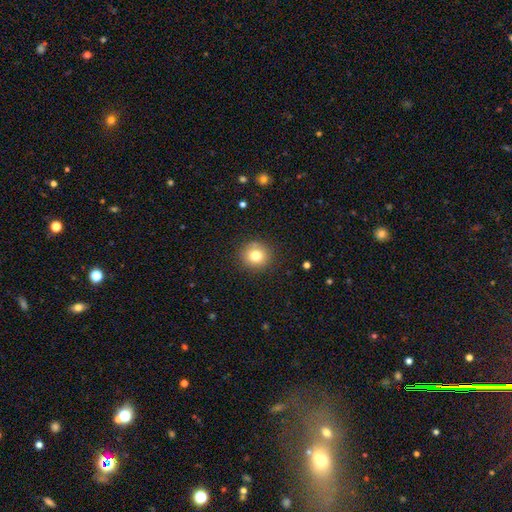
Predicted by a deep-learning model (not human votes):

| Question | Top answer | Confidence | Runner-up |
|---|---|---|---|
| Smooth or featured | smooth | 78% | star or artifact (12%) |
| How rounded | round | 89% | in between (10%) |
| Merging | none | 88% | minor disturbance (8%) |